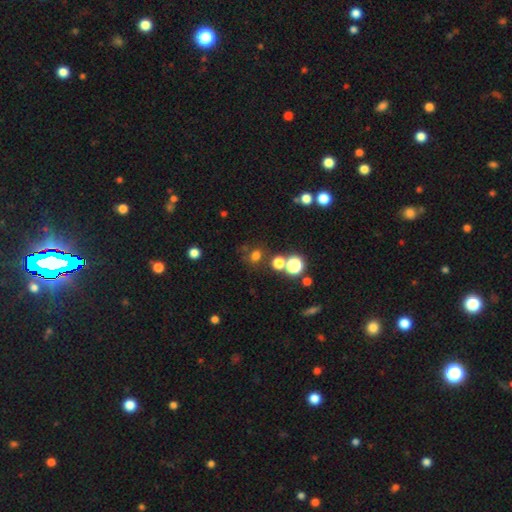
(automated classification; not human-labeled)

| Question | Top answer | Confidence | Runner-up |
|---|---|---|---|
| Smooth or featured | smooth | 69% | star or artifact (24%) |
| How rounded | round | 78% | in between (21%) |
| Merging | none | 71% | merger (13%) |